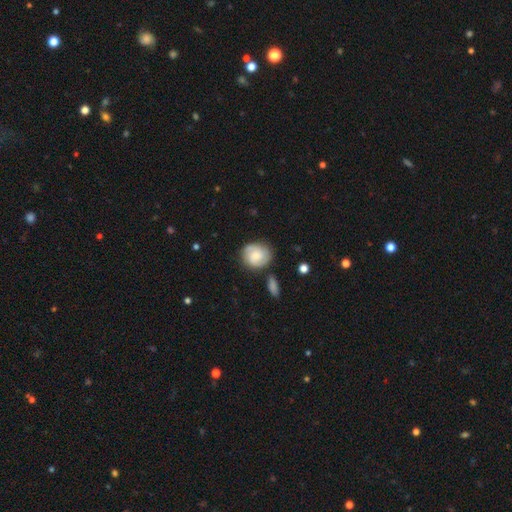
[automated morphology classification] This appears to be a smooth galaxy with no disk features (49%). Merging: none (72%).